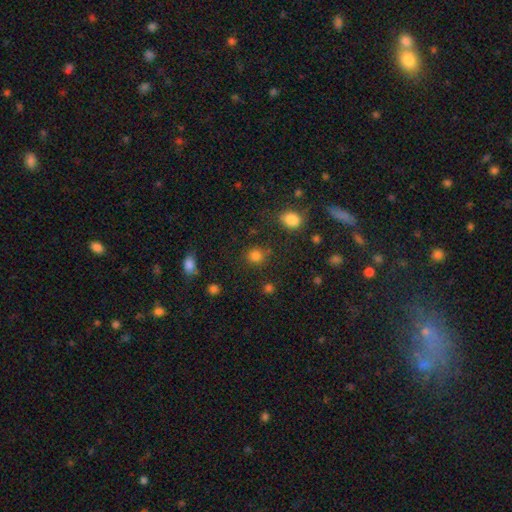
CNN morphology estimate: Smooth or featured? Predicted: smooth (p=0.81). How rounded? Predicted: round (p=0.87). Merging? Predicted: none (p=0.80).